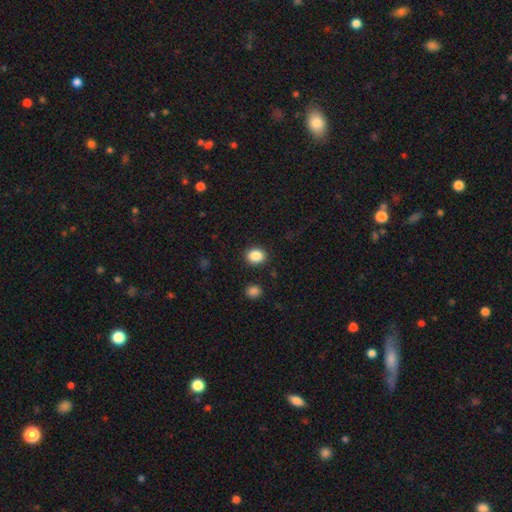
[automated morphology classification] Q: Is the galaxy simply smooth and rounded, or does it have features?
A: smooth — 87%.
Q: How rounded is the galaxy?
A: round — 56%.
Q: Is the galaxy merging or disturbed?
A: none — 88%.